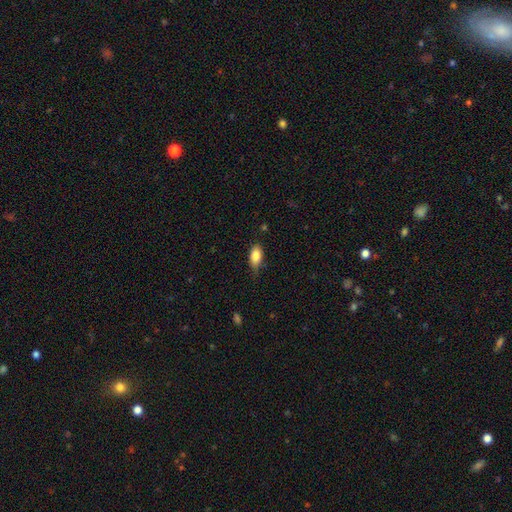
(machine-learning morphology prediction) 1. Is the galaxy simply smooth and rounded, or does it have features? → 83% smooth, 9% featured or disk, 8% star or artifact.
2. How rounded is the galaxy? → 89% in between, 6% round, 6% cigar-shaped.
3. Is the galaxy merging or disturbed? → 66% none, 28% minor disturbance, 5% major disturbance, 1% merger.